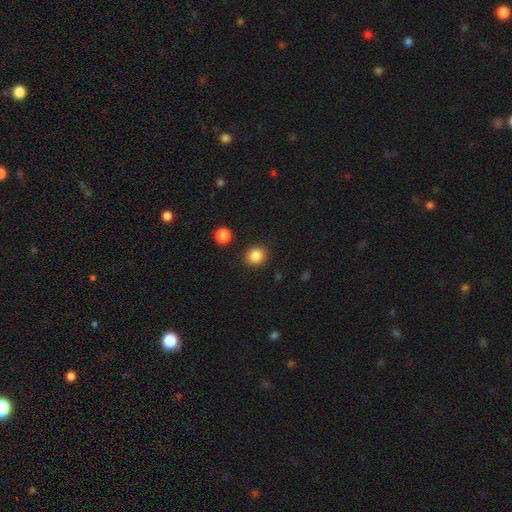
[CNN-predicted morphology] smooth 86%, star or artifact 10%, featured or disk 4%. Down the decision tree: how rounded — round (81%); merging — none (88%).